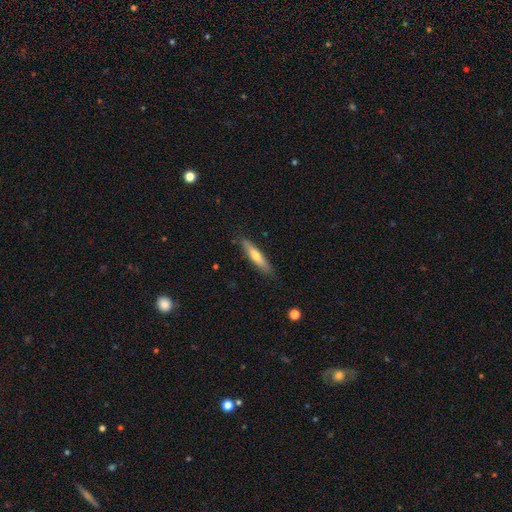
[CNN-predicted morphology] smooth-or-featured: smooth: 62% | featured or disk: 32% | star or artifact: 6%
  how-rounded: cigar-shaped: 83% | in between: 16% | round: 1%
  merging: none: 84% | minor disturbance: 12% | major disturbance: 2% | merger: 1%